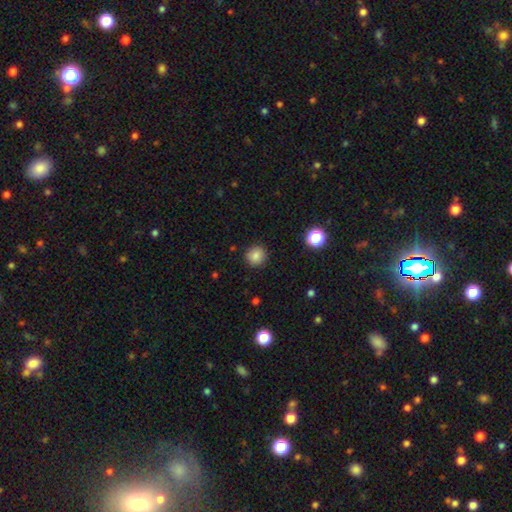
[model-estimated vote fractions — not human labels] This is clearly a smooth galaxy (83%). How rounded: clearly round (93%). Merging: clearly none (90%).